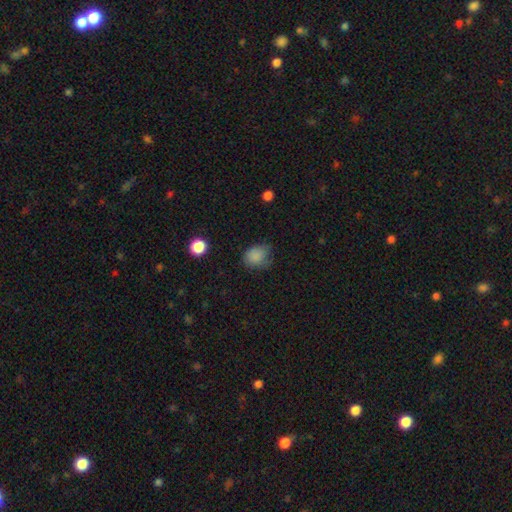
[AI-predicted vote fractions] Morphology: type=smooth (83%); roundness=round (53%); merging=none (55%).